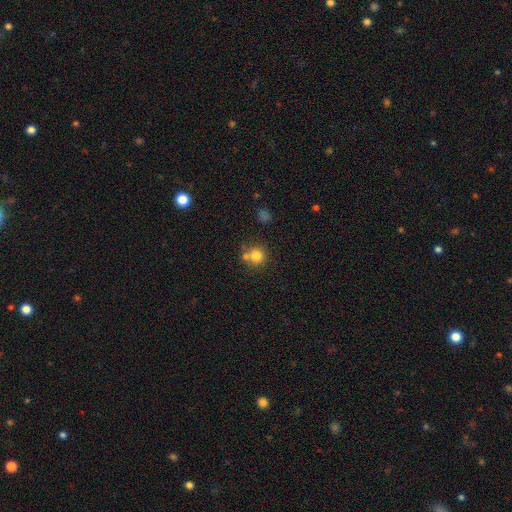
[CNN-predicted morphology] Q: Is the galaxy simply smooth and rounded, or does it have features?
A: smooth — 80%.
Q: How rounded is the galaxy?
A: round — 91%.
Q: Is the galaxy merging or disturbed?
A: none — 63%.